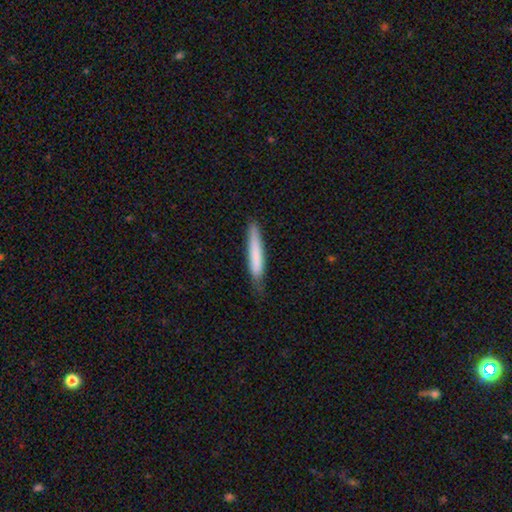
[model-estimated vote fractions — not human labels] Smooth or featured: smooth — 75% (featured or disk — 19%)
How rounded: cigar-shaped — 94% (in between — 5%)
Merging: none — 72% (minor disturbance — 23%)